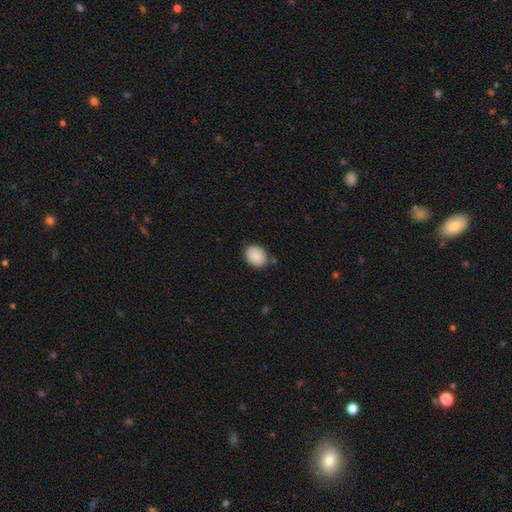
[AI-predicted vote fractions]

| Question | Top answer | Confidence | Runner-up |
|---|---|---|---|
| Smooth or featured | smooth | 89% | star or artifact (7%) |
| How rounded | in between | 57% | round (42%) |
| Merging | none | 78% | minor disturbance (14%) |